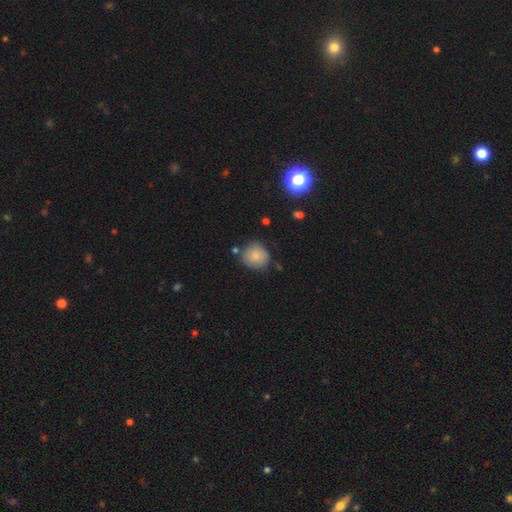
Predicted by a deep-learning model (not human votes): Smooth or featured?
  - smooth: 80% *
  - featured or disk: 11%
  - star or artifact: 9%
How rounded?
  - round: 87% *
  - in between: 12%
  - cigar-shaped: 1%
Merging?
  - none: 71% *
  - minor disturbance: 20%
  - merger: 5%
  - major disturbance: 4%